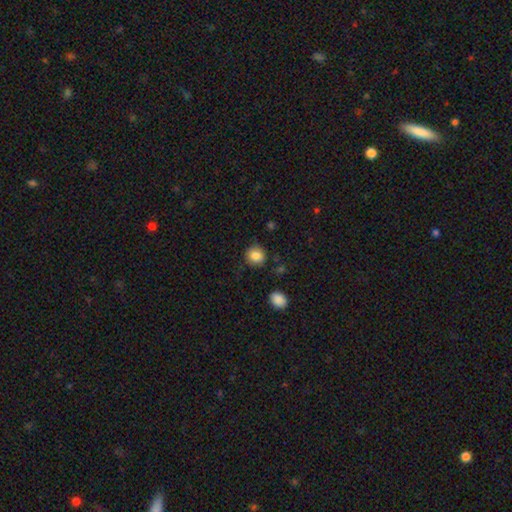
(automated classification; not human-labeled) This is clearly a smooth galaxy (85%). How rounded: clearly round (85%). Merging: clearly none (82%).